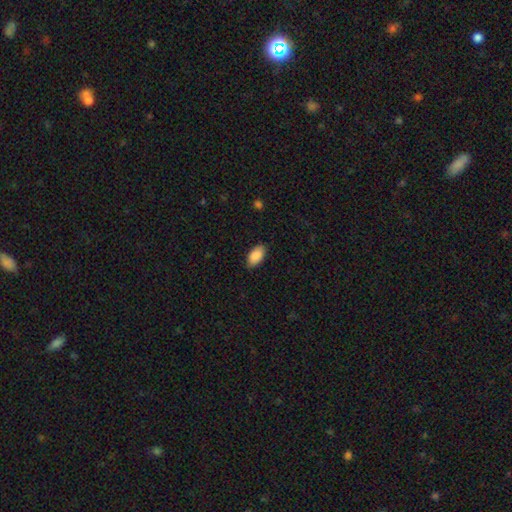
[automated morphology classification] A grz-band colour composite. It shows a smooth galaxy with no disk features (89%) that is in between round and cigar-shaped (94%). Merging: none (84%).